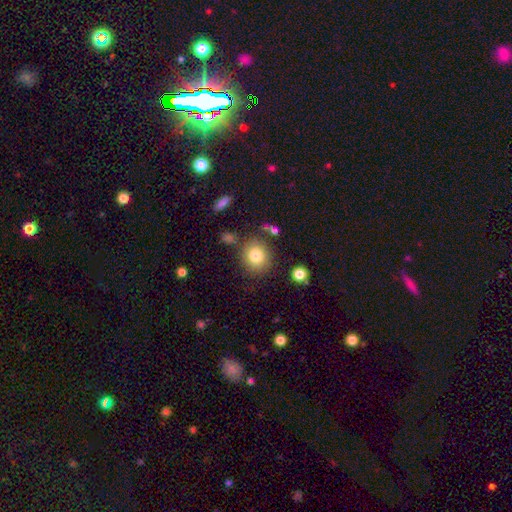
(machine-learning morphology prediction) Overall: smooth (80%). How rounded: round (83%). Merging: none (80%).